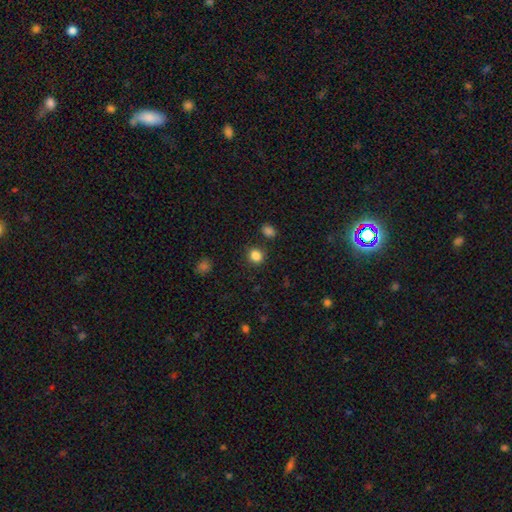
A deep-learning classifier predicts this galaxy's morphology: The model was most divided on "how rounded": round: 76%, in between: 23%, cigar-shaped: 1%. More confident: merging — none (86%); smooth or featured — smooth (85%).